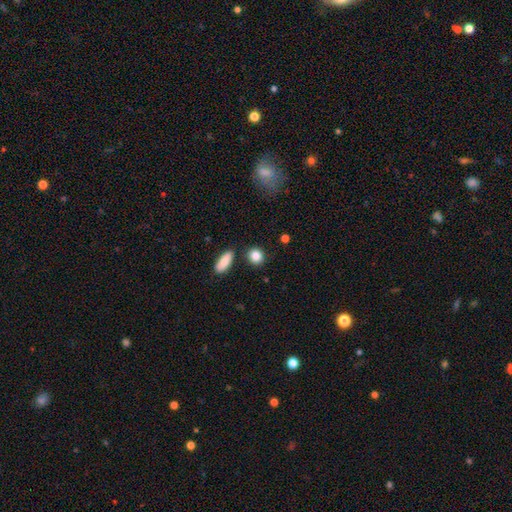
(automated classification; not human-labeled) smooth-or-featured: smooth: 86% | star or artifact: 9% | featured or disk: 5%
  how-rounded: round: 71% | in between: 27% | cigar-shaped: 3%
  merging: none: 83% | minor disturbance: 9% | merger: 5% | major disturbance: 3%